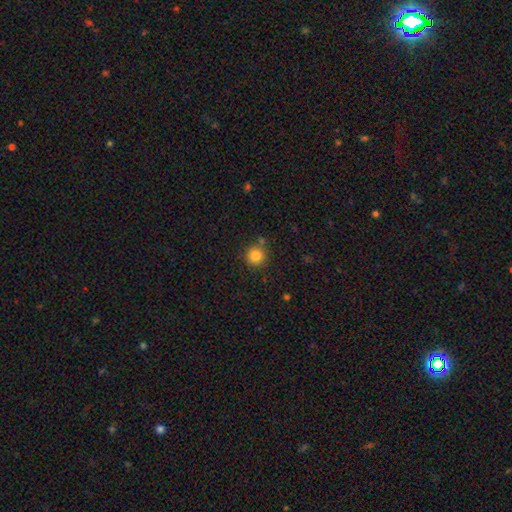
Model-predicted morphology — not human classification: A smooth galaxy with no disk features (83%) that is round (94%). Merging: none (81%).